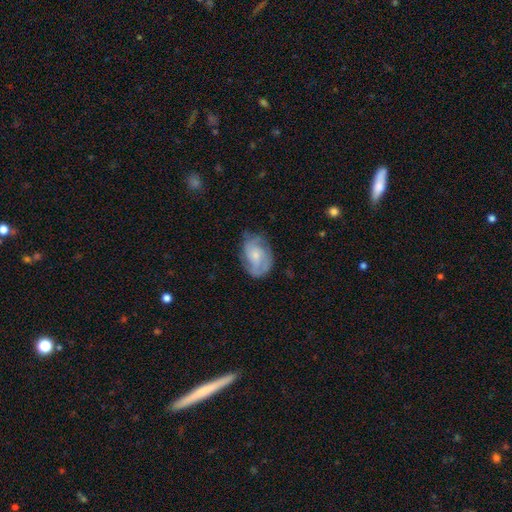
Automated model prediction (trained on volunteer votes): Q: Smooth or featured?
A: featured or disk (64%); runner-up: smooth (29%)
Q: Edge-on disk?
A: no (97%); runner-up: yes (3%)
Q: Bar?
A: no (70%); runner-up: weak (26%)
Q: Spiral arms?
A: yes (88%); runner-up: no (12%)
Q: Spiral winding?
A: tight (42%); tied with: medium (42%)
Q: Spiral arm count?
A: 2 (39%); runner-up: can't tell (29%)
Q: Bulge size?
A: small (53%); runner-up: moderate (35%)
Q: Merging?
A: none (65%); runner-up: minor disturbance (24%)